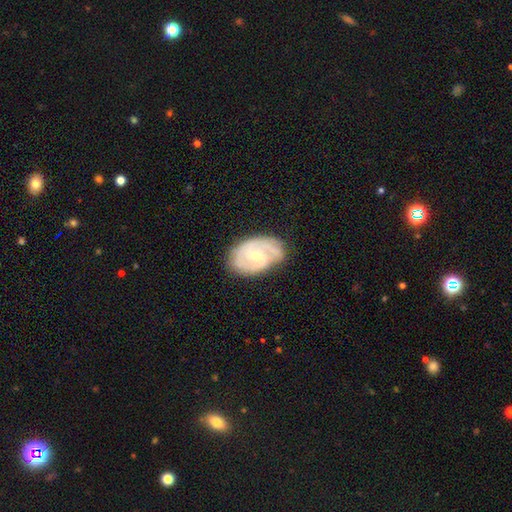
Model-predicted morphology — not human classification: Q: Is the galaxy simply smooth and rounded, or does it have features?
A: featured or disk — 84%.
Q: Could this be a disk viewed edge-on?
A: no — 97%.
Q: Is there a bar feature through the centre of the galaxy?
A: weak — 58%.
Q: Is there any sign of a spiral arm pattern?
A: yes — 95%.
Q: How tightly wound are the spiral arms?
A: tight — 49%.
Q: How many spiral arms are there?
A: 2 — 67%.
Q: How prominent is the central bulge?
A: small — 50%.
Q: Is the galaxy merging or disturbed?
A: none — 72%.